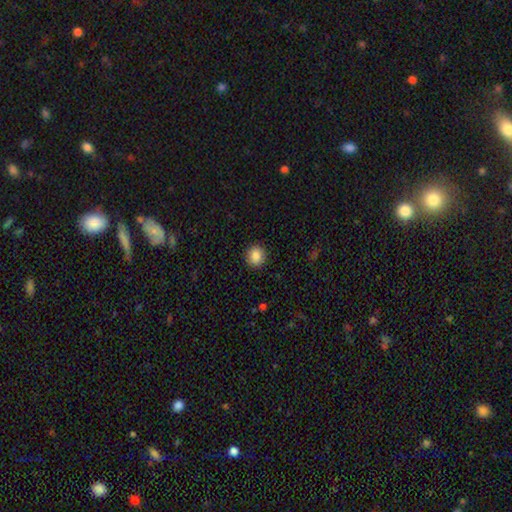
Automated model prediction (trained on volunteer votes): The model was most divided on "how rounded": round: 86%, in between: 13%, cigar-shaped: 1%. More confident: merging — none (91%); smooth or featured — smooth (87%).